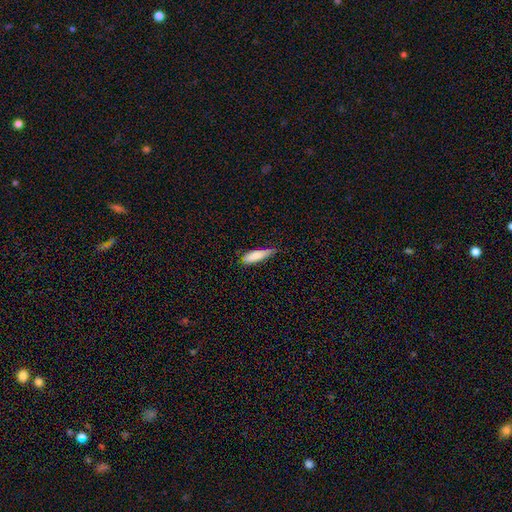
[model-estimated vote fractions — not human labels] Smooth or featured? Predicted: smooth (p=0.82). How rounded? Predicted: cigar-shaped (p=0.61). Merging? Predicted: none (p=0.57).